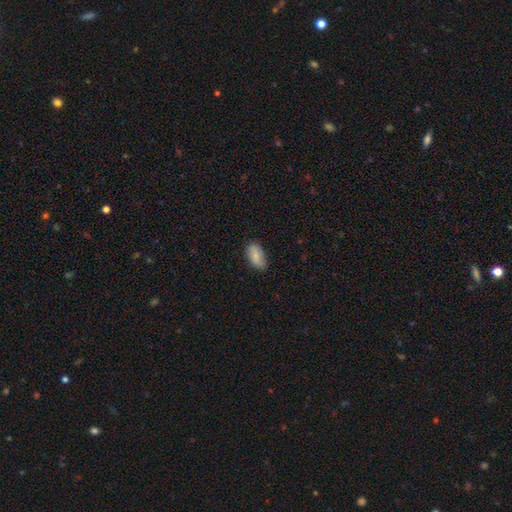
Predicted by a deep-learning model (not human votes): The model was most divided on "merging": none: 73%, minor disturbance: 22%, major disturbance: 4%, merger: 1%. More confident: how rounded — in between (93%); smooth or featured — smooth (83%).